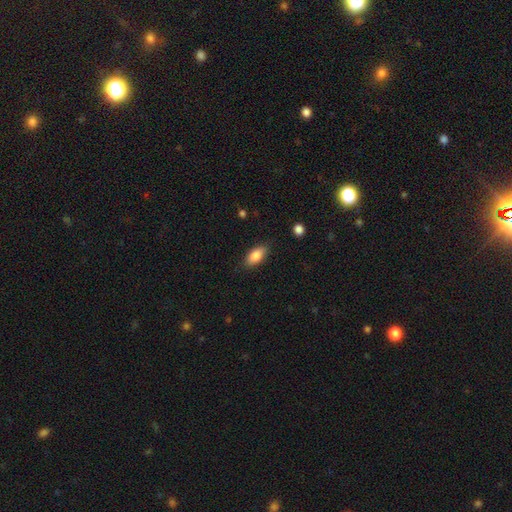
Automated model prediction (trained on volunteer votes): Overall: smooth (83%). How rounded: in between (88%). Merging: none (84%).